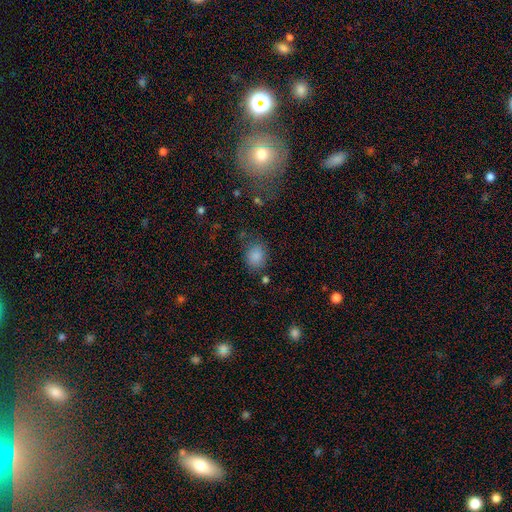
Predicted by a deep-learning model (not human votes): Smooth or featured?
  - smooth: 85% *
  - star or artifact: 10%
  - featured or disk: 5%
How rounded?
  - round: 54% *
  - in between: 45%
  - cigar-shaped: 1%
Merging?
  - none: 70% *
  - minor disturbance: 18%
  - major disturbance: 7%
  - merger: 5%